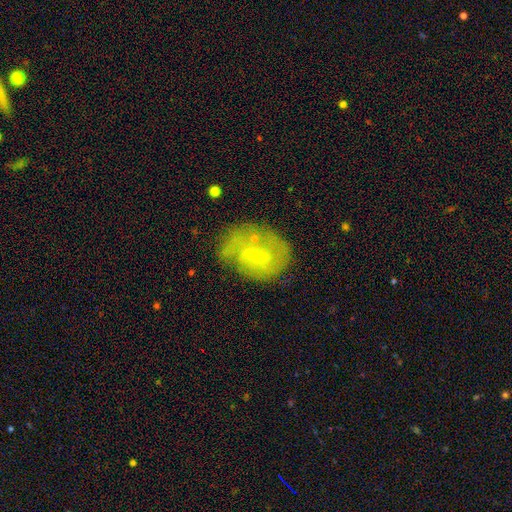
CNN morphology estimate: Q: Smooth or featured?
A: featured or disk (66%); runner-up: smooth (26%)
Q: Edge-on disk?
A: no (96%); runner-up: yes (4%)
Q: Bar?
A: weak (55%); runner-up: no (29%)
Q: Spiral arms?
A: yes (73%); runner-up: no (27%)
Q: Bulge size?
A: small (71%); runner-up: moderate (23%)
Q: Merging?
A: none (55%); runner-up: minor disturbance (24%)